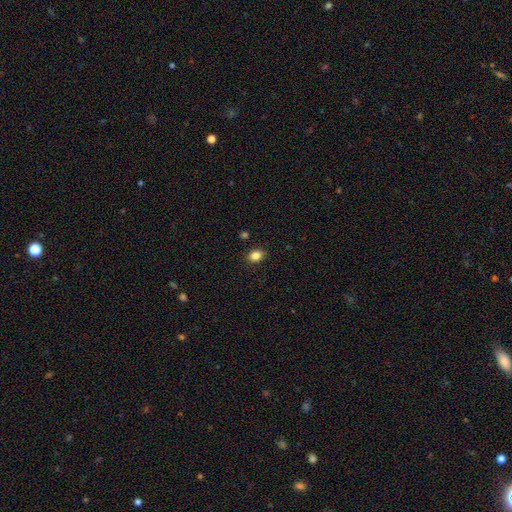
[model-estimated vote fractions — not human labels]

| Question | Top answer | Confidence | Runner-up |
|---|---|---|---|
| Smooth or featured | smooth | 84% | star or artifact (11%) |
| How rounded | in between | 56% | round (43%) |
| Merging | none | 88% | minor disturbance (8%) |